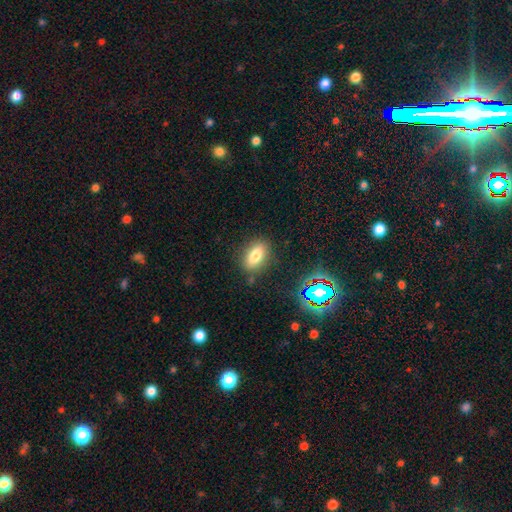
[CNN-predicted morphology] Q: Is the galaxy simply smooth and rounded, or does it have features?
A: smooth — 76%.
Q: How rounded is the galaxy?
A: in between — 83%.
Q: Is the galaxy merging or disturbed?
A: none — 83%.